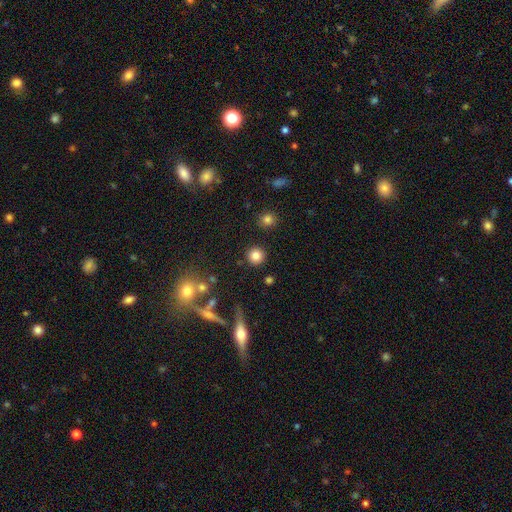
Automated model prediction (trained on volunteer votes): Smooth or featured?
  - smooth: 82% *
  - star or artifact: 12%
  - featured or disk: 6%
How rounded?
  - round: 94% *
  - in between: 5%
  - cigar-shaped: 1%
Merging?
  - none: 90% *
  - minor disturbance: 5%
  - merger: 3%
  - major disturbance: 2%